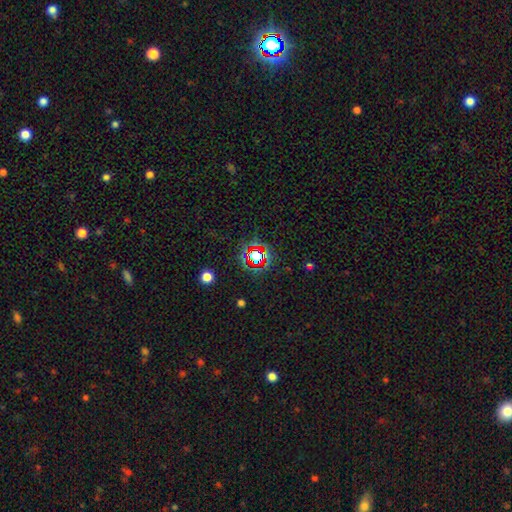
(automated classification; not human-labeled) This is likely a star or artifact rather than a galaxy (71%).